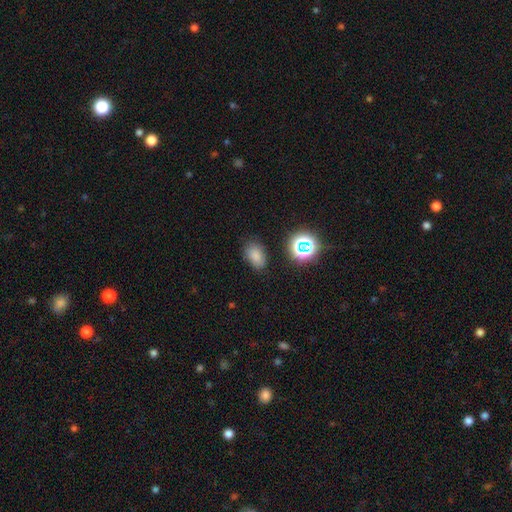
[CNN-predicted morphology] This is likely a smooth galaxy (77%). How rounded: clearly in between (84%). Merging: likely none (77%).